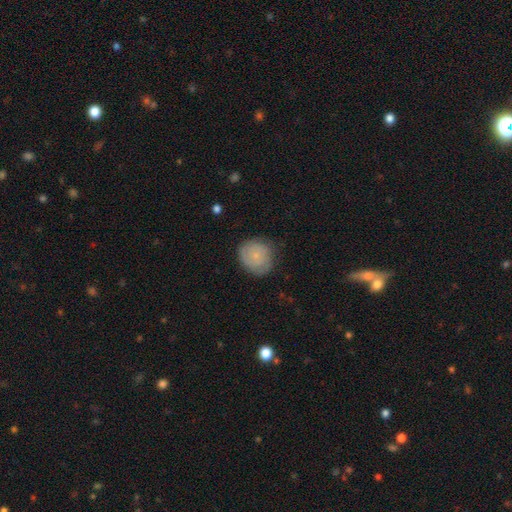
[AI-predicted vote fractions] This appears to be a smooth galaxy with no disk features (60%) that is round (85%). Merging: none (74%).